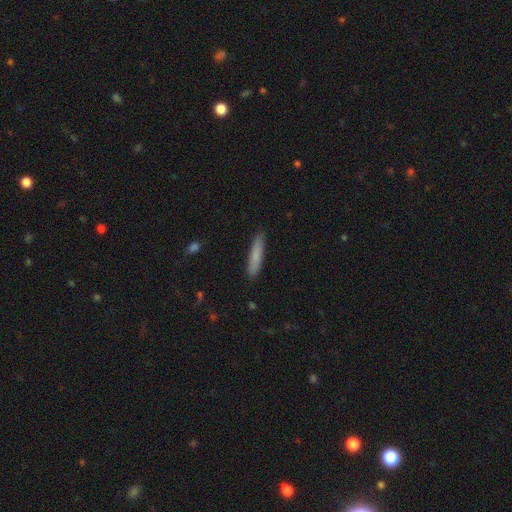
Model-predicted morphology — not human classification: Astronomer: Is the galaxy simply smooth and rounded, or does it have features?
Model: smooth — 80%.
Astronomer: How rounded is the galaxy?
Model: cigar-shaped — 90%.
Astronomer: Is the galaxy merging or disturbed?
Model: none — 88%.